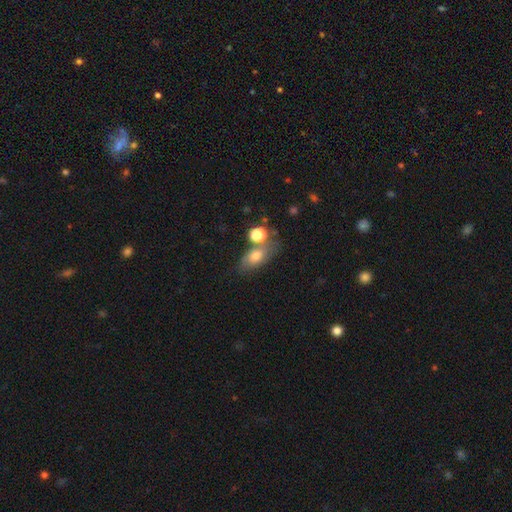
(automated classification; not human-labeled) Morphology: type=smooth (70%); roundness=in between (77%); merging=none (49%).